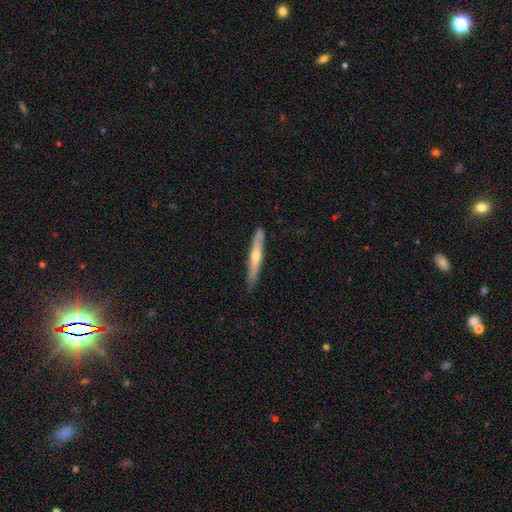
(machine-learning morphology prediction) The model was most divided on "smooth or featured": featured or disk: 56%, smooth: 38%, star or artifact: 6%. More confident: edge-on disk — yes (92%); merging — none (84%); edge-on bulge — rounded (81%).